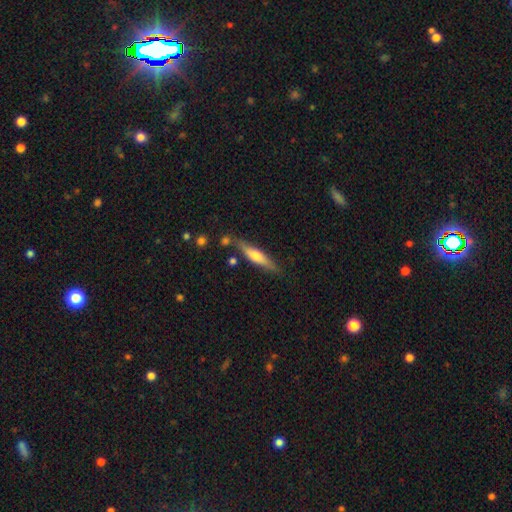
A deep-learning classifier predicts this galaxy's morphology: This is possibly a smooth galaxy (49%). Merging: likely none (77%).